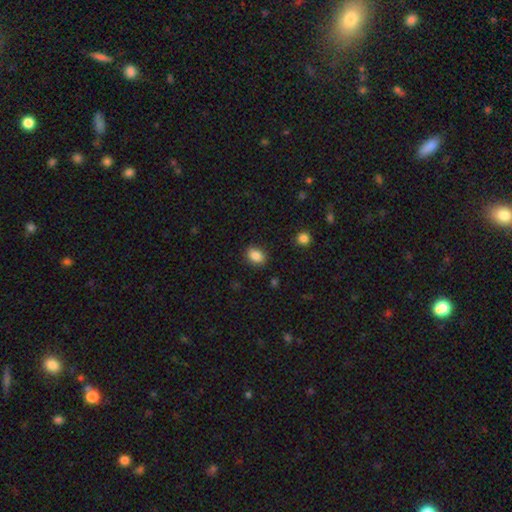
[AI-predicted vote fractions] A smooth galaxy with no disk features (87%) that is in between round and cigar-shaped (74%). Merging: none (88%).